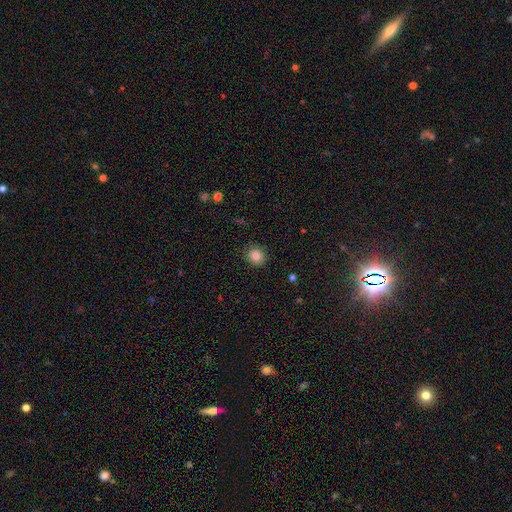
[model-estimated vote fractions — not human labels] A smooth galaxy with no disk features (83%) that is round (83%). Merging: none (88%).